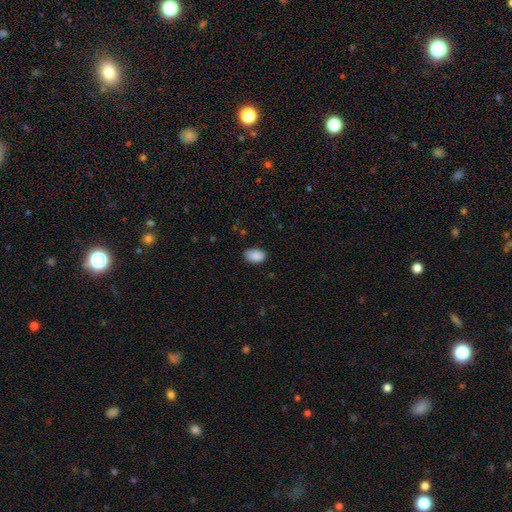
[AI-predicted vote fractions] Q: Smooth or featured?
A: smooth (89%); runner-up: star or artifact (7%)
Q: How rounded?
A: in between (88%); runner-up: round (11%)
Q: Merging?
A: none (81%); runner-up: minor disturbance (16%)